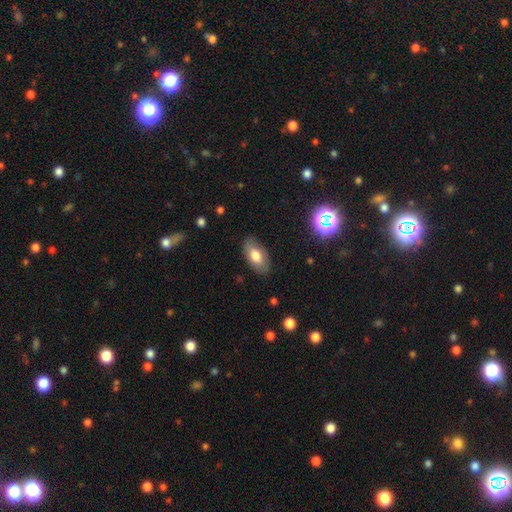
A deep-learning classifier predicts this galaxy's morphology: smooth-or-featured: smooth: 72% | featured or disk: 20% | star or artifact: 8%
  how-rounded: in between: 92% | cigar-shaped: 4% | round: 4%
  merging: none: 84% | minor disturbance: 12% | major disturbance: 3% | merger: 1%